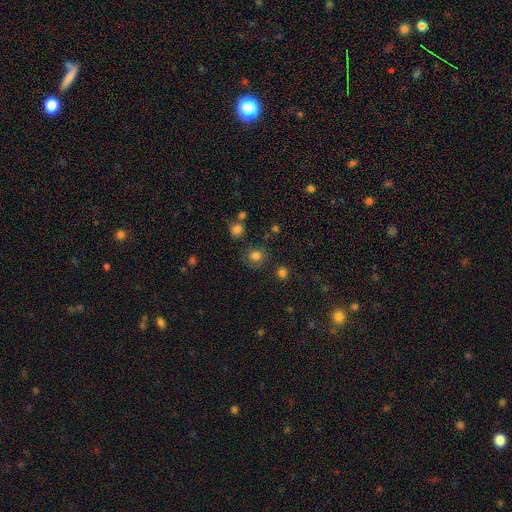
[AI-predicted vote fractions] A smooth galaxy with no disk features (77%) that is round (76%). Merging: none (70%).